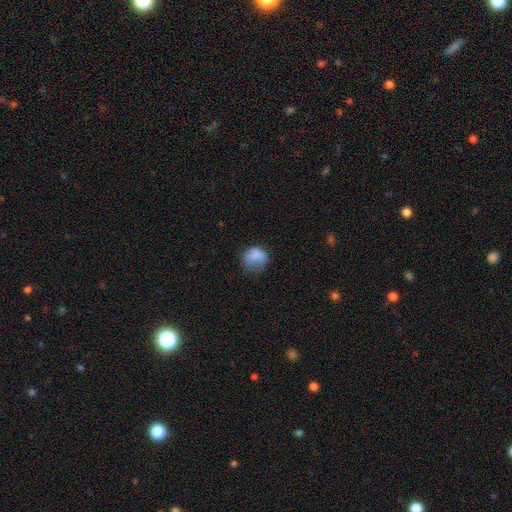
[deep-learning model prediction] A smooth galaxy with no disk features (82%) that is round (72%).

Vote fractions:
- Smooth or featured? smooth: 82% / star or artifact: 9% / featured or disk: 9%
- How rounded? round: 72% / in between: 27% / cigar-shaped: 1%
- Merging? none: 52% / minor disturbance: 29% / major disturbance: 17% / merger: 2%